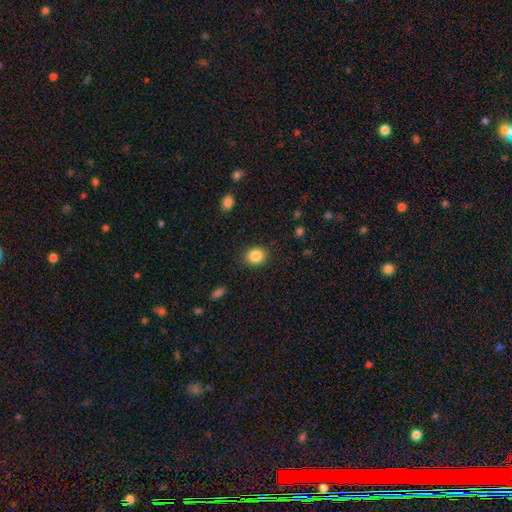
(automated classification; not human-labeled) Q: Smooth or featured?
A: smooth (86%); runner-up: star or artifact (10%)
Q: How rounded?
A: round (66%); runner-up: in between (34%)
Q: Merging?
A: none (88%); runner-up: minor disturbance (8%)